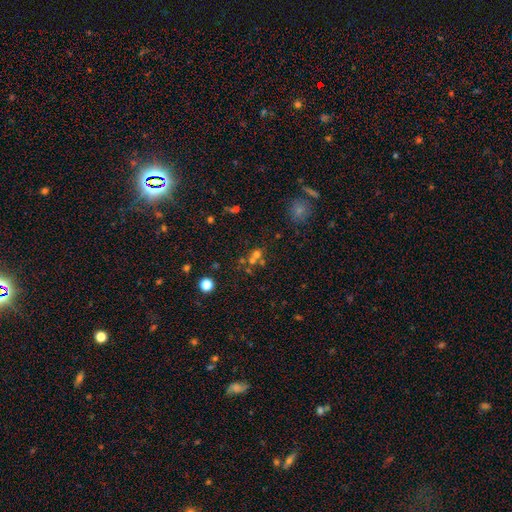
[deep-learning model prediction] smooth_or_featured: smooth (p=0.55) [alt: star or artifact p=0.29]
how_rounded: round (p=0.84) [alt: in between p=0.15]
merging: none (p=0.48) [alt: merger p=0.39]